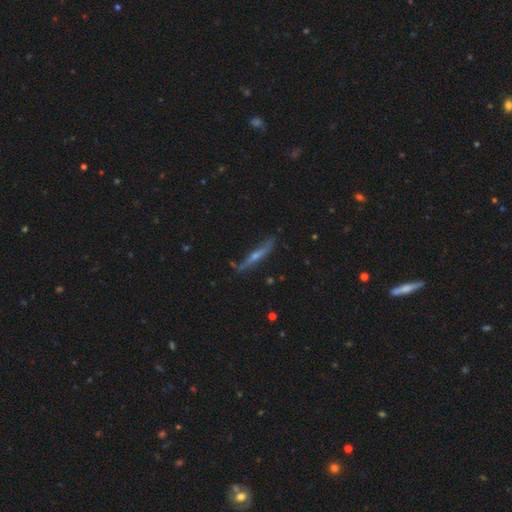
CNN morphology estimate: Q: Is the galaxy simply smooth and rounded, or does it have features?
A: featured or disk — 71%.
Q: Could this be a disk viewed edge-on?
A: yes — 94%.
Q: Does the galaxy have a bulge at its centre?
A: rounded — 78%.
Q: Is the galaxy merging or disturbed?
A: none — 78%.